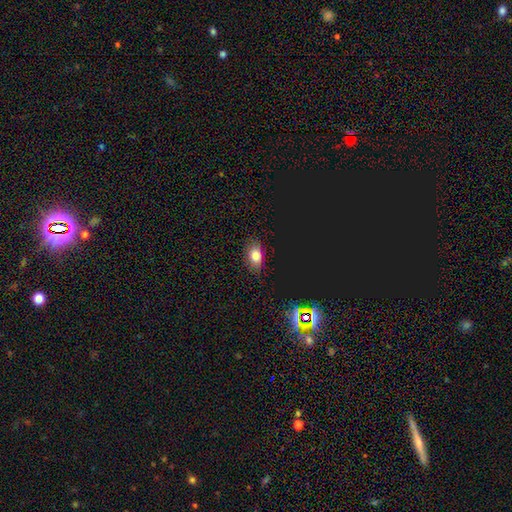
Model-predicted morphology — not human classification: Smooth or featured? Predicted: smooth (p=0.73). How rounded? Predicted: in between (p=0.80). Merging? Predicted: none (p=0.84).